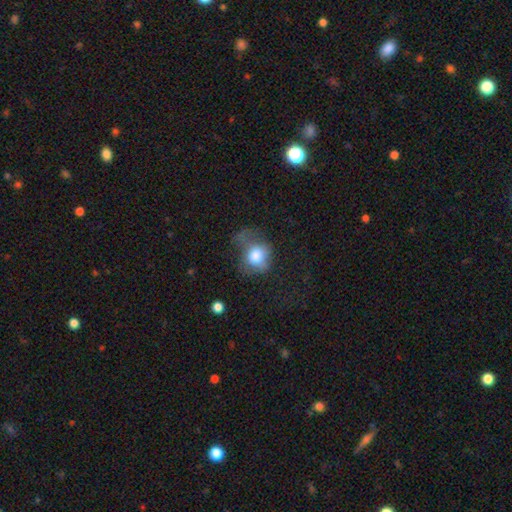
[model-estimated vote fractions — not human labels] Smooth or featured? smooth (72%)
How rounded? round (60%)
Merging? major disturbance (44%)